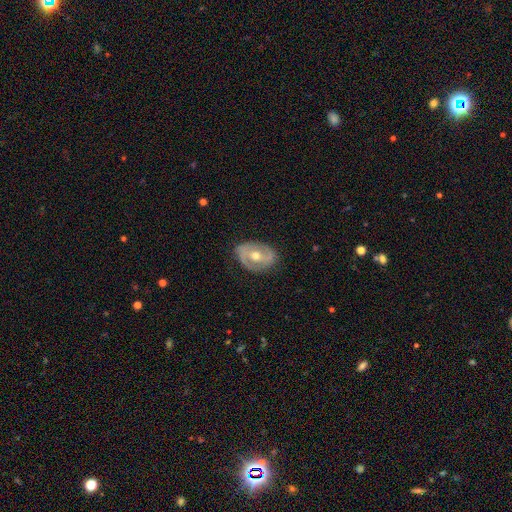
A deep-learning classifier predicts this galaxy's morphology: Smooth or featured? featured or disk (70%)
Edge-on disk? no (94%)
Bar? no (48%)
Spiral arms? yes (57%)
Bulge size? moderate (75%)
Merging? none (78%)